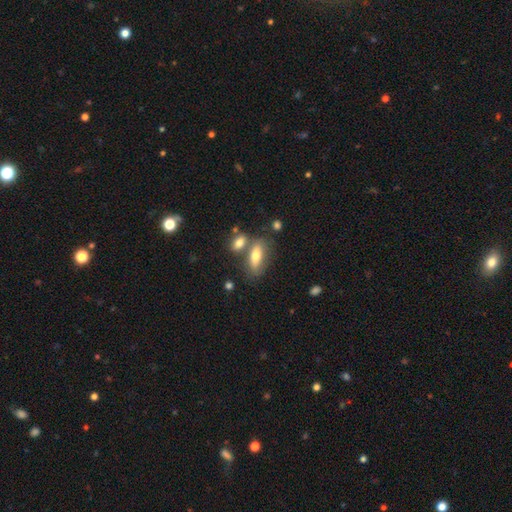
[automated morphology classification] smooth_or_featured: smooth (p=0.70) [alt: featured or disk p=0.23]
how_rounded: in between (p=0.71) [alt: cigar-shaped p=0.25]
merging: none (p=0.58) [alt: merger p=0.26]